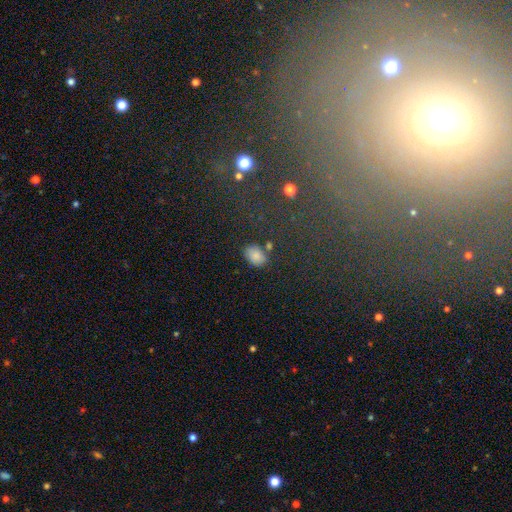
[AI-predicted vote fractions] The model was most divided on "merging": none: 75%, minor disturbance: 16%, merger: 5%, major disturbance: 4%. More confident: smooth or featured — smooth (83%); how rounded — in between (80%).